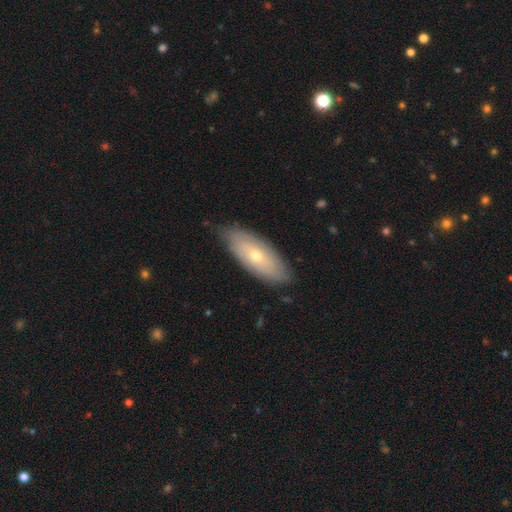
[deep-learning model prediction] This is possibly a smooth galaxy (51%). How rounded: likely in between (78%). Merging: likely none (79%).